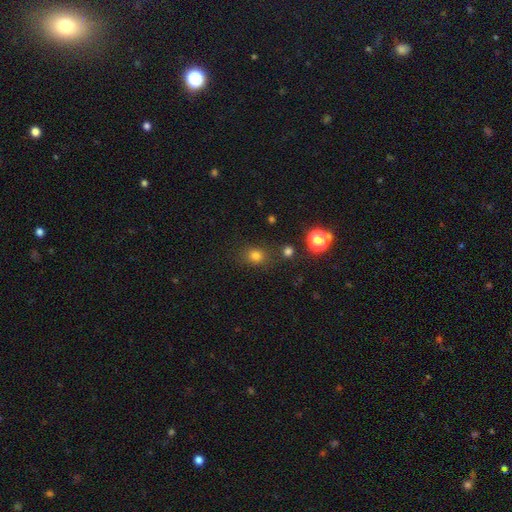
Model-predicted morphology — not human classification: smooth 77%, star or artifact 17%, featured or disk 5%. Down the decision tree: how rounded — round (76%); merging — none (80%).